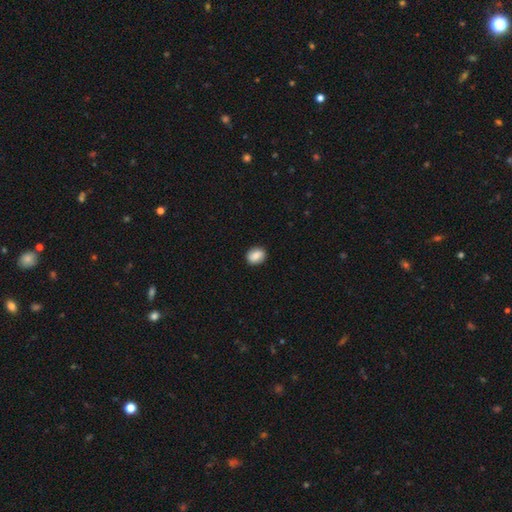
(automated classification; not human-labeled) A smooth galaxy with no disk features (84%) that is in between round and cigar-shaped (54%). Merging: none (87%).